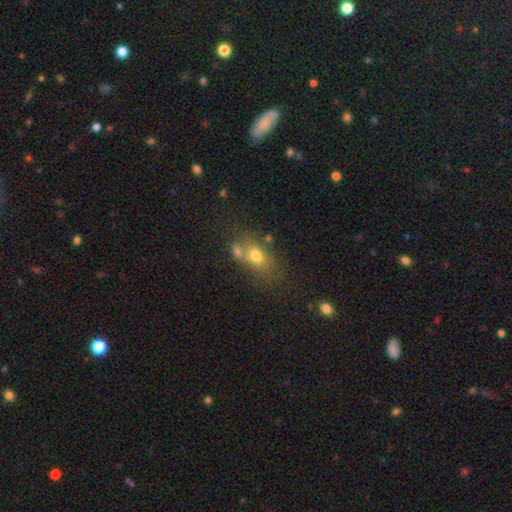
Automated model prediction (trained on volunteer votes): Smooth or featured: smooth — 66% (featured or disk — 21%)
How rounded: in between — 68% (round — 28%)
Merging: merger — 38% (none — 37%)